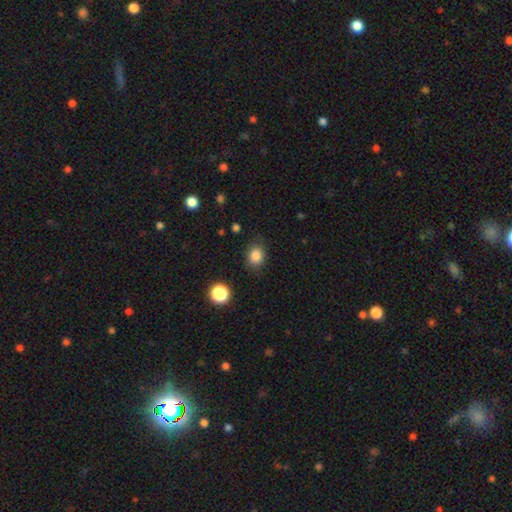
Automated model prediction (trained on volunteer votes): smooth_or_featured: smooth (p=0.84) [alt: star or artifact p=0.11]
how_rounded: round (p=0.56) [alt: in between p=0.43]
merging: none (p=0.81) [alt: minor disturbance p=0.14]